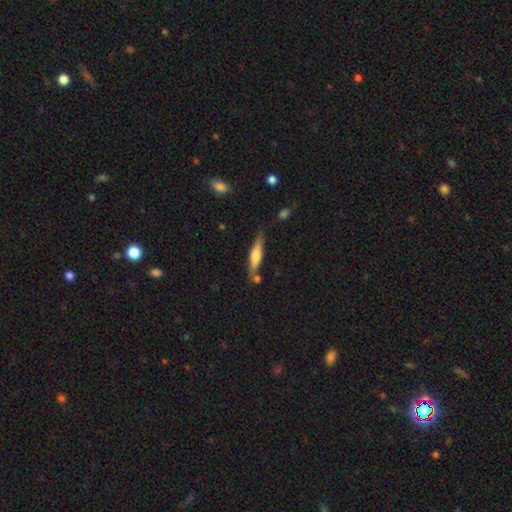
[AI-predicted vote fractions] Smooth or featured: smooth — 55% (featured or disk — 39%)
How rounded: cigar-shaped — 75% (in between — 23%)
Merging: none — 71% (minor disturbance — 16%)